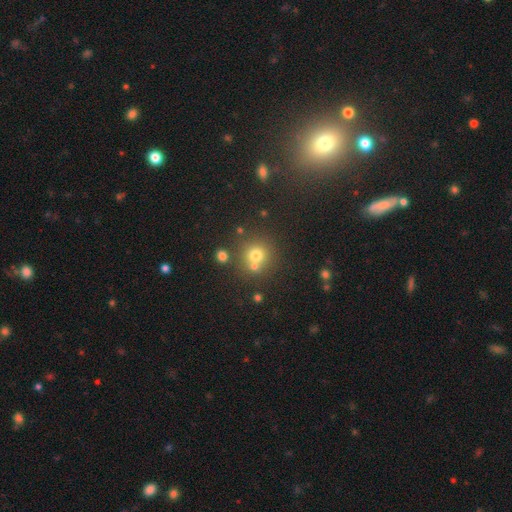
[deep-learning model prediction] smooth 71%, star or artifact 17%, featured or disk 11%. Down the decision tree: how rounded — round (90%); merging — none (63%).